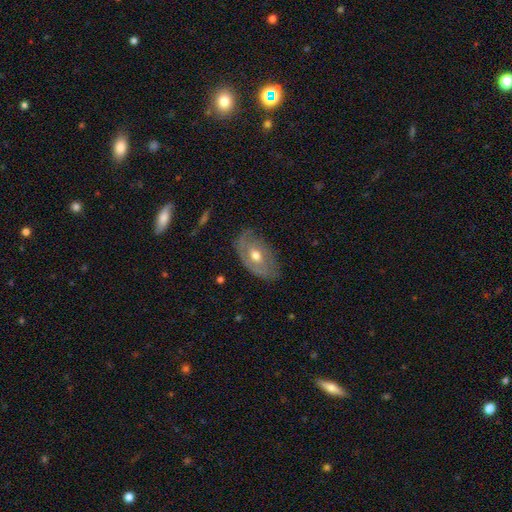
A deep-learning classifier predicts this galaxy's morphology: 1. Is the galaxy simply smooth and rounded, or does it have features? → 58% featured or disk, 35% smooth, 6% star or artifact.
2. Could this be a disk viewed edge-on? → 88% no, 12% yes.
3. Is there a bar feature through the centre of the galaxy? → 74% no, 21% weak, 5% strong.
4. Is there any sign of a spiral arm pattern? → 50% no (tied), 50% yes (tied).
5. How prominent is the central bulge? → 77% moderate, 13% small, 8% large, 1% none, 1% dominant.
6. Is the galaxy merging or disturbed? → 67% none, 24% minor disturbance, 7% major disturbance, 1% merger.